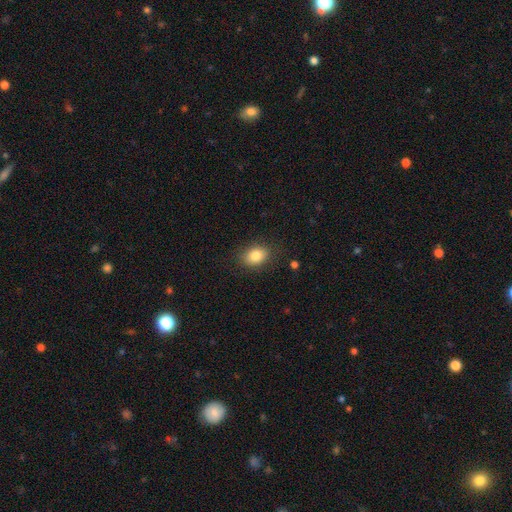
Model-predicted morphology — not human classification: Smooth or featured?
  - smooth: 83% *
  - star or artifact: 9%
  - featured or disk: 8%
How rounded?
  - in between: 69% *
  - round: 29%
  - cigar-shaped: 1%
Merging?
  - none: 84% *
  - minor disturbance: 11%
  - major disturbance: 3%
  - merger: 1%